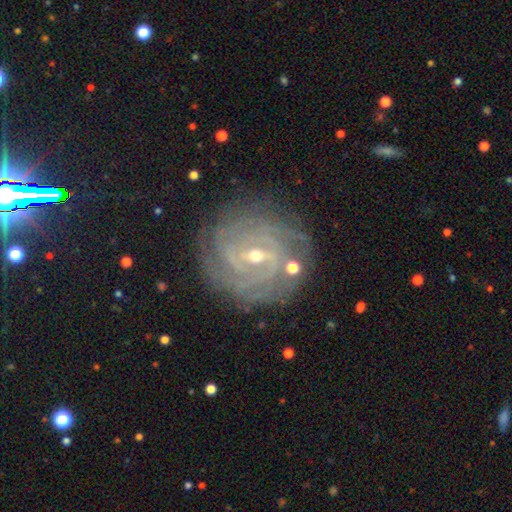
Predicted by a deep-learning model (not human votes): Smooth or featured: featured or disk — 86% (star or artifact — 8%)
Edge-on disk: no — 97% (yes — 3%)
Bar: weak — 50% (strong — 32%)
Spiral arms: yes — 97% (no — 3%)
Spiral winding: tight — 82% (medium — 15%)
Spiral arm count: can't tell — 26% (4 — 21%)
Bulge size: small — 61% (moderate — 36%)
Merging: none — 82% (minor disturbance — 12%)